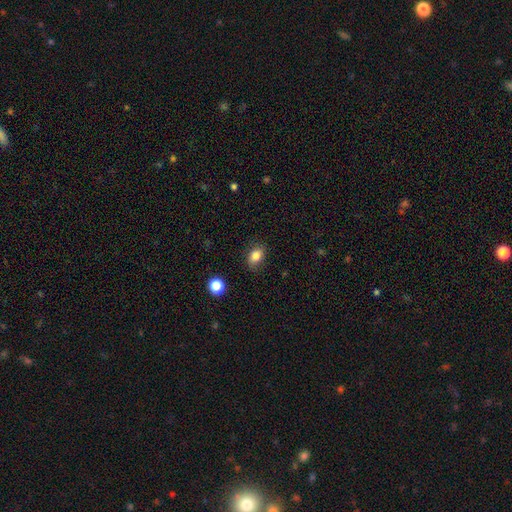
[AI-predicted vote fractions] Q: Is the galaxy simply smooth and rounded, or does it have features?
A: smooth — 83%.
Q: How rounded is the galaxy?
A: in between — 74%.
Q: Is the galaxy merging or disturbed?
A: none — 79%.